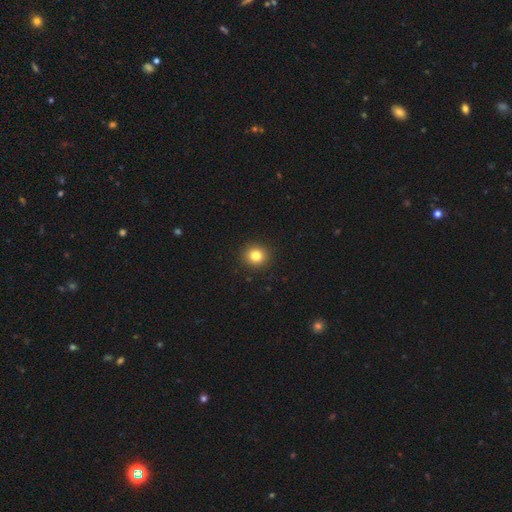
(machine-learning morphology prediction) Smooth or featured? Predicted: smooth (p=0.82). How rounded? Predicted: round (p=0.90). Merging? Predicted: none (p=0.92).